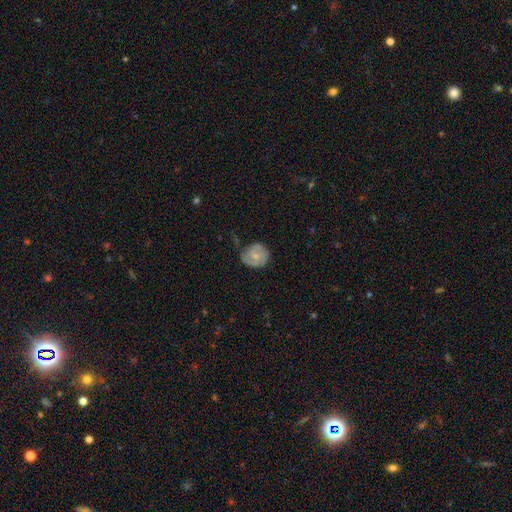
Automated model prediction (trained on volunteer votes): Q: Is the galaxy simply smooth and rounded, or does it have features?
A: featured or disk — 47%, tied with smooth.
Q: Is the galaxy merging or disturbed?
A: none — 63%.